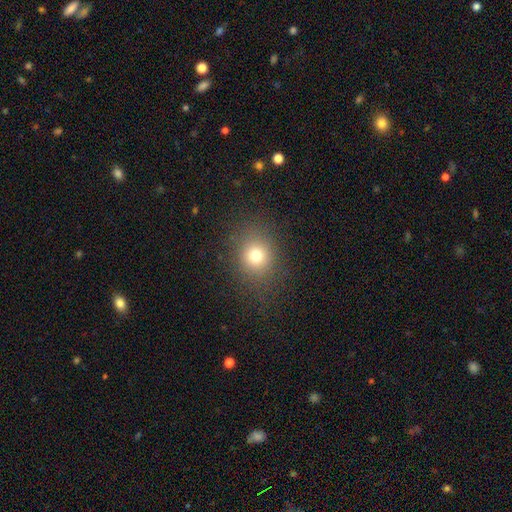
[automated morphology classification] A smooth galaxy with no disk features (75%) that is round (77%).

Vote fractions:
- Smooth or featured? smooth: 75% / star or artifact: 16% / featured or disk: 9%
- How rounded? round: 77% / in between: 22% / cigar-shaped: 1%
- Merging? none: 85% / minor disturbance: 9% / major disturbance: 5% / merger: 1%